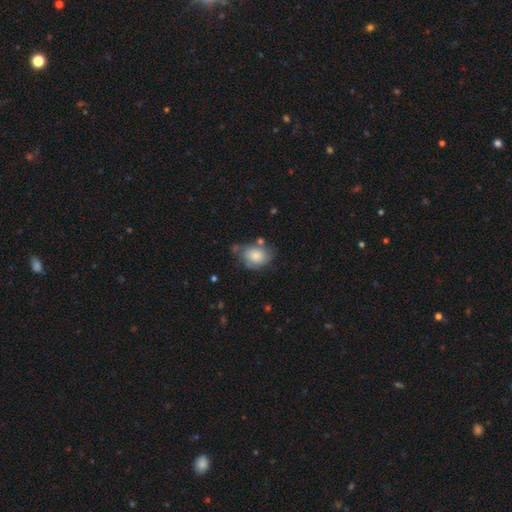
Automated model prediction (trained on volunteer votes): Morphology: type=smooth (69%); roundness=in between (62%); merging=none (47%).